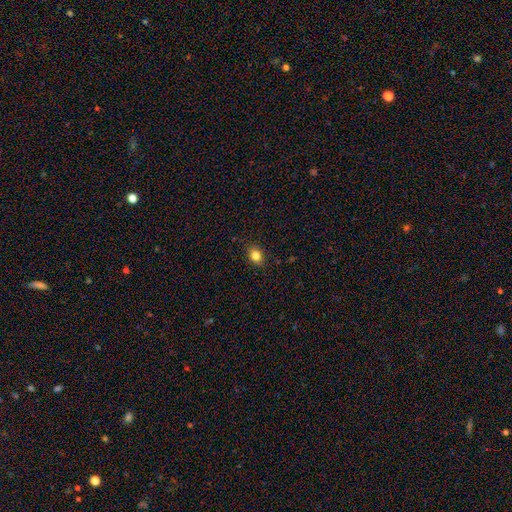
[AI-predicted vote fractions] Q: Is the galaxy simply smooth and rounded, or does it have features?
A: smooth — 83%.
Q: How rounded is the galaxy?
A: in between — 54%.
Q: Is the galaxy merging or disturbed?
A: none — 86%.